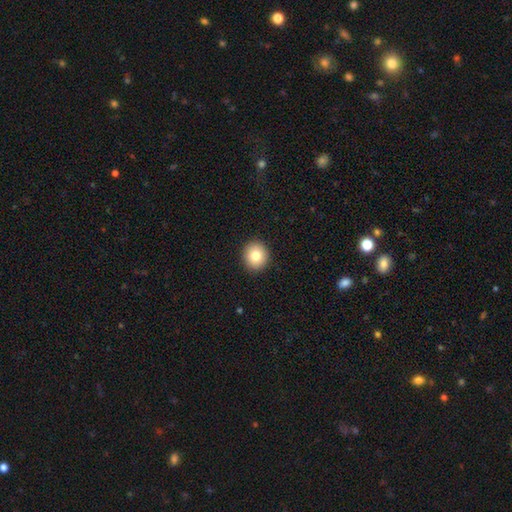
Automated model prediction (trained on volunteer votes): Smooth or featured? smooth (80%)
How rounded? round (87%)
Merging? none (92%)